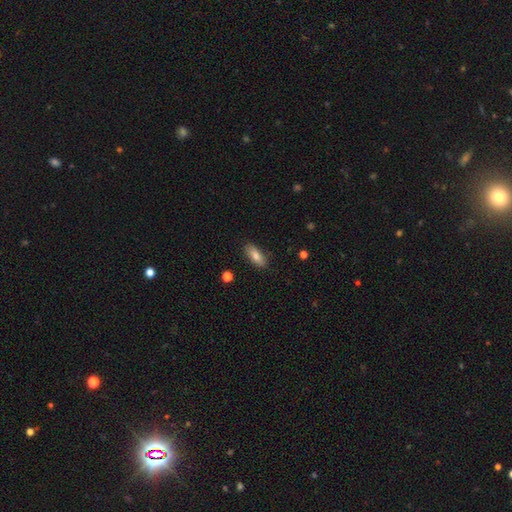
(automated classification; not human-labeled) This is clearly a smooth galaxy (82%). How rounded: likely in between (79%). Merging: clearly none (86%).